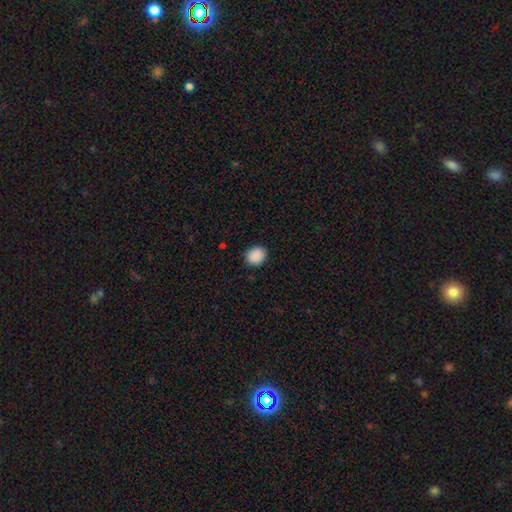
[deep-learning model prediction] Morphology: type=smooth (90%); roundness=round (66%); merging=none (88%).